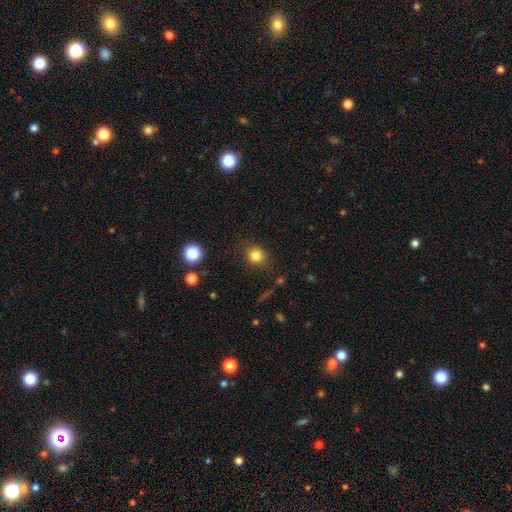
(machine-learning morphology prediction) Smooth or featured?
  - smooth: 82% *
  - star or artifact: 12%
  - featured or disk: 6%
How rounded?
  - round: 82% *
  - in between: 17%
  - cigar-shaped: 1%
Merging?
  - none: 84% *
  - minor disturbance: 10%
  - major disturbance: 4%
  - merger: 2%